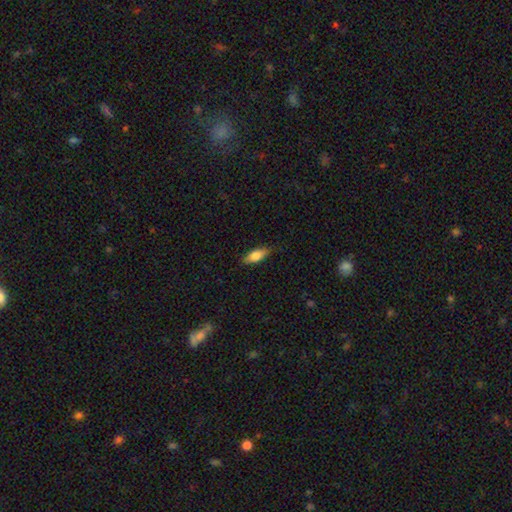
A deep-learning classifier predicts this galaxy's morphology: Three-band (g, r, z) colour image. It shows a smooth galaxy with no disk features (78%) that is in between round and cigar-shaped (75%). Merging: none (81%).